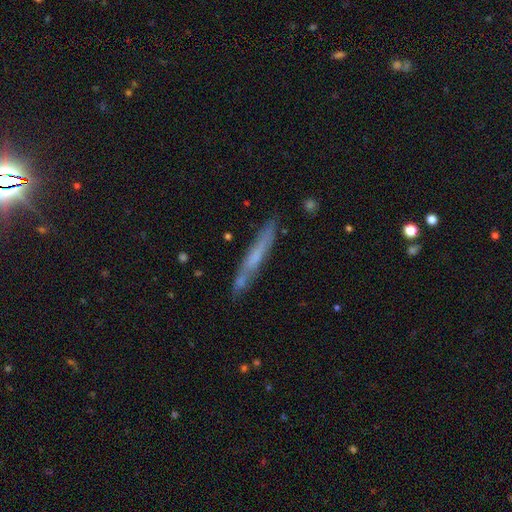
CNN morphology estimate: This is possibly a smooth galaxy (47%). Merging: likely none (77%).